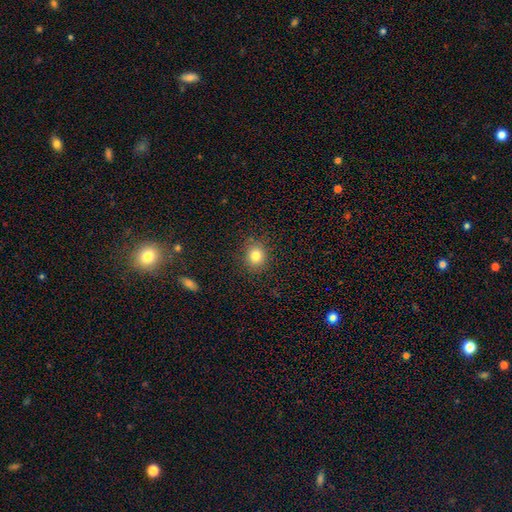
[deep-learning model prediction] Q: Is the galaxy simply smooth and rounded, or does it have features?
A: smooth — 82%.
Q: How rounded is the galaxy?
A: round — 69%.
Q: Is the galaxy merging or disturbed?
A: none — 87%.